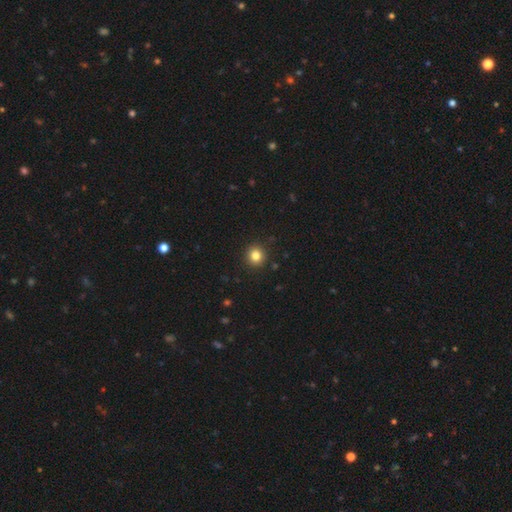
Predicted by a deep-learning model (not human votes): Morphology: type=smooth (83%); roundness=round (92%); merging=none (92%).